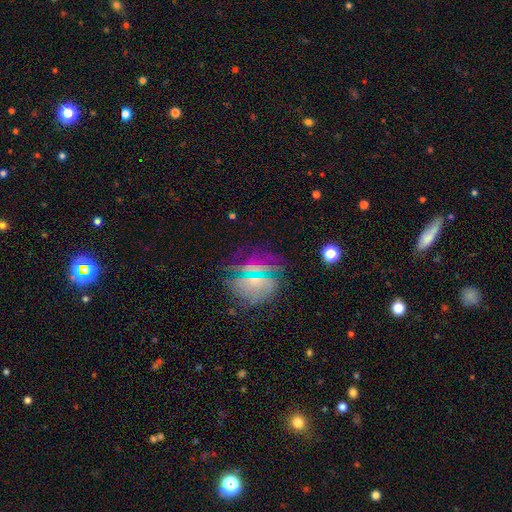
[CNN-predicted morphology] Smooth or featured? Predicted: star or artifact (p=0.50).